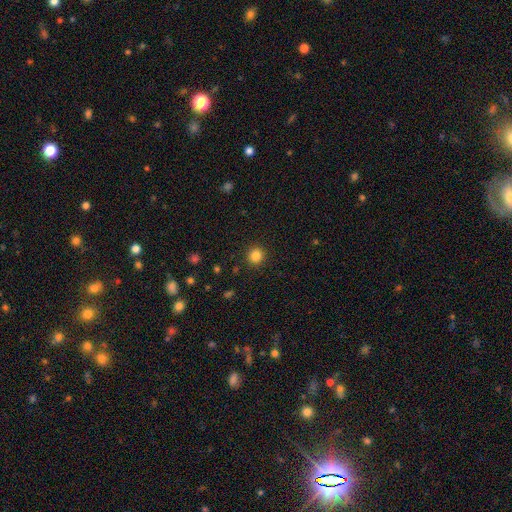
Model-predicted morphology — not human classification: smooth 84%, star or artifact 12%, featured or disk 4%. Down the decision tree: how rounded — round (94%); merging — none (92%).